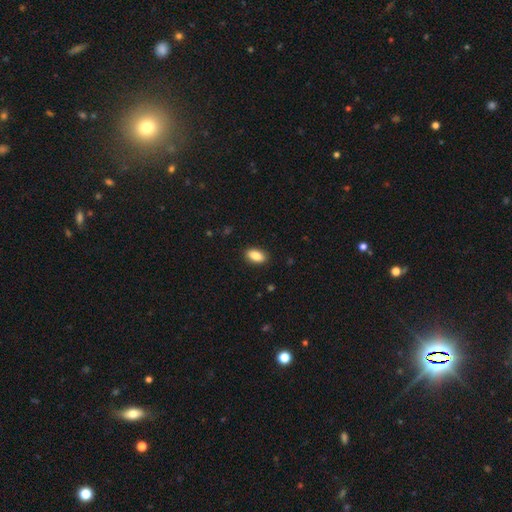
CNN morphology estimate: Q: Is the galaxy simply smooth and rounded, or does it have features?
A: smooth — 87%.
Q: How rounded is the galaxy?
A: in between — 91%.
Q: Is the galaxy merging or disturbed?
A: none — 89%.